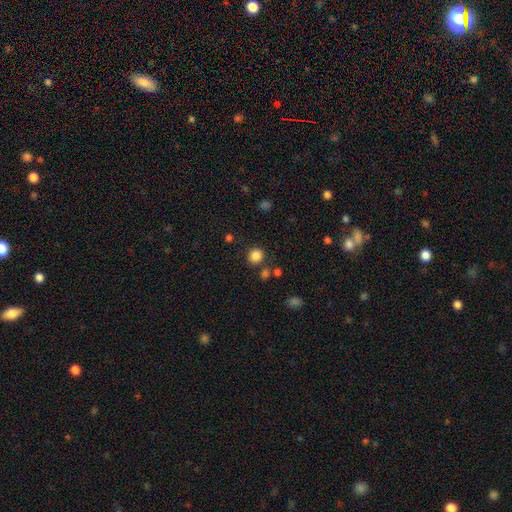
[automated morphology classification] Smooth or featured: smooth — 85% (star or artifact — 12%)
How rounded: round — 86% (in between — 13%)
Merging: none — 82% (minor disturbance — 8%)